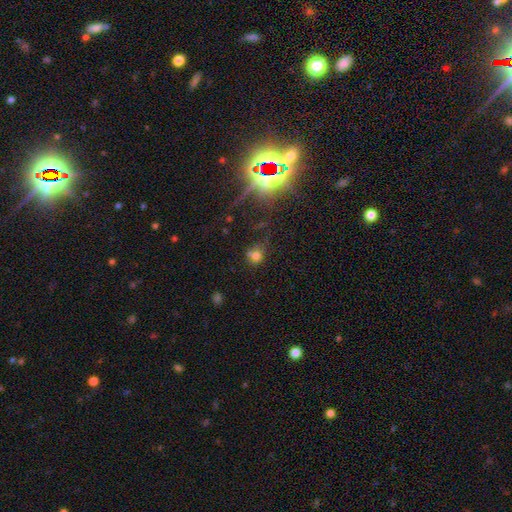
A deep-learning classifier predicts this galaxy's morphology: smooth-or-featured: smooth: 64% | star or artifact: 24% | featured or disk: 12%
  how-rounded: round: 75% | in between: 23% | cigar-shaped: 2%
  merging: none: 52% | merger: 21% | minor disturbance: 17% | major disturbance: 10%